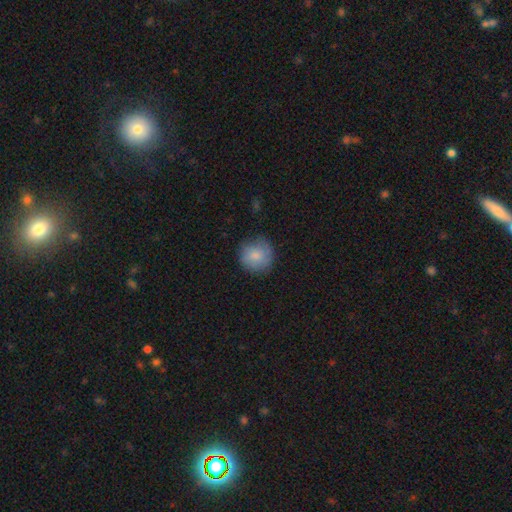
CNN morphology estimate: The model was most divided on "merging": none: 79%, minor disturbance: 16%, major disturbance: 4%, merger: 1%. More confident: how rounded — round (93%); smooth or featured — smooth (83%).